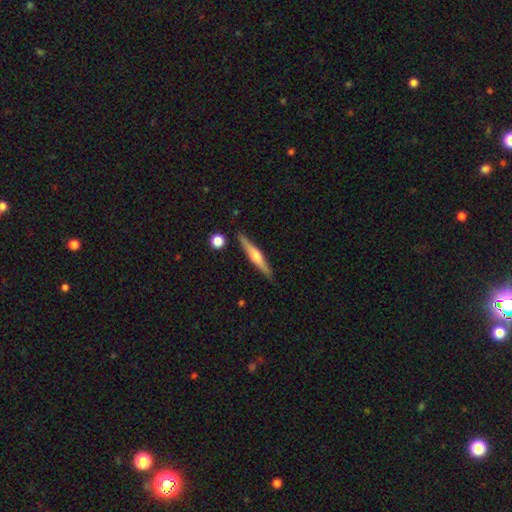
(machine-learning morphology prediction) This is likely a featured or disk galaxy (63%). It is clearly viewed edge-on (97%). Edge-on bulge: clearly rounded (86%). Merging: clearly none (88%).